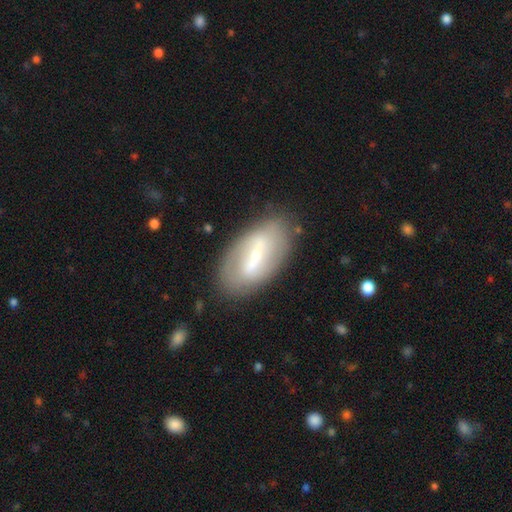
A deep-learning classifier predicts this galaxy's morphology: A featured or disk galaxy (66%) with a strong bar (57%), no spiral arms (57%) and a small central bulge (67%).

Vote fractions:
- Smooth or featured? featured or disk: 66% / smooth: 27% / star or artifact: 7%
- Edge-on disk? no: 86% / yes: 14%
- Bar? strong: 57% / weak: 32% / no: 11%
- Spiral arms? no: 57% / yes: 43%
- Bulge size? small: 67% / moderate: 28% / large: 2% / none: 2% / dominant: 1%
- Merging? none: 80% / minor disturbance: 13% / major disturbance: 5% / merger: 2%